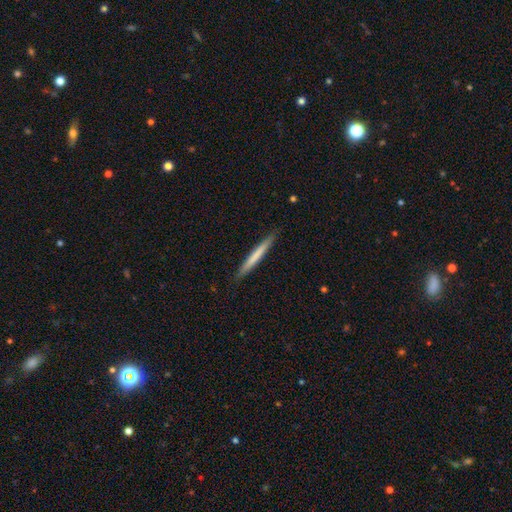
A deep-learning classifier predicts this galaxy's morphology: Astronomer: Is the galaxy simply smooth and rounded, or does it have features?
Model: smooth — 64%.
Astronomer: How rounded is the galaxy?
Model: cigar-shaped — 97%.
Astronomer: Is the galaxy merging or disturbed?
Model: none — 90%.